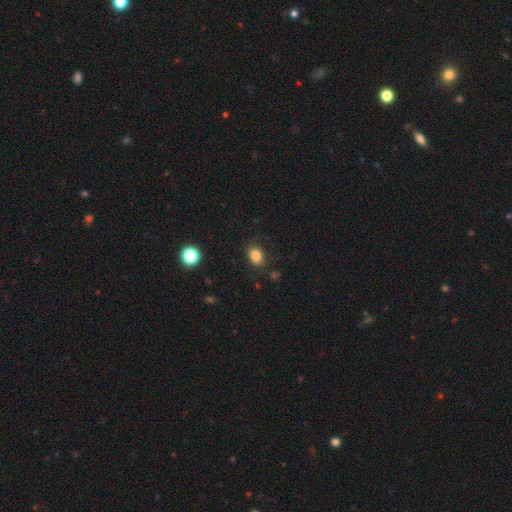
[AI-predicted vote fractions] smooth_or_featured: smooth (p=0.84) [alt: star or artifact p=0.11]
how_rounded: in between (p=0.70) [alt: round p=0.29]
merging: none (p=0.82) [alt: minor disturbance p=0.12]